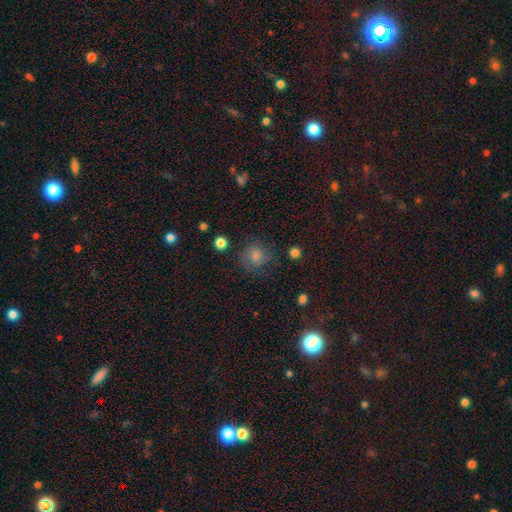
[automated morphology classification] A smooth galaxy with no disk features (52%) that is round (84%).

Vote fractions:
- Smooth or featured? smooth: 52% / star or artifact: 28% / featured or disk: 20%
- How rounded? round: 84% / in between: 15% / cigar-shaped: 1%
- Merging? none: 74% / minor disturbance: 16% / major disturbance: 9% / merger: 2%